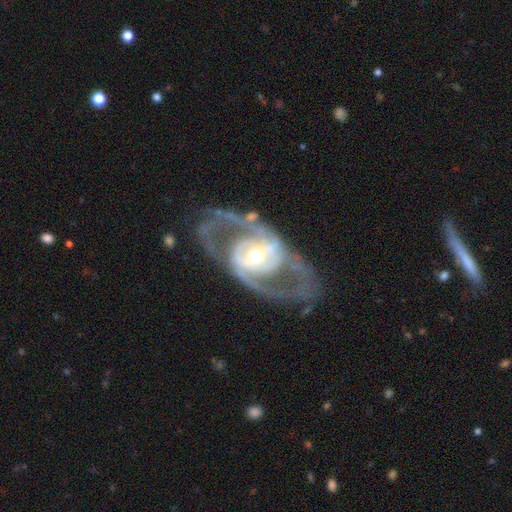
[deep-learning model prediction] Smooth or featured?
  - featured or disk: 88% *
  - smooth: 7%
  - star or artifact: 5%
Edge-on disk?
  - no: 95% *
  - yes: 5%
Bar?
  - strong: 35% *
  - weak: 34%
  - no: 31%
Spiral arms?
  - yes: 83% *
  - no: 17%
Spiral winding?
  - medium: 49% *
  - tight: 29%
  - loose: 21%
Spiral arm count?
  - 2: 83% *
  - can't tell: 9%
  - 3: 3%
  - 1: 3%
  - 4: 1%
  - more than 4: 1%
Bulge size?
  - moderate: 59% *
  - small: 33%
  - large: 6%
  - dominant: 1%
  - none: 1%
Merging?
  - none: 68% *
  - major disturbance: 15%
  - minor disturbance: 14%
  - merger: 3%